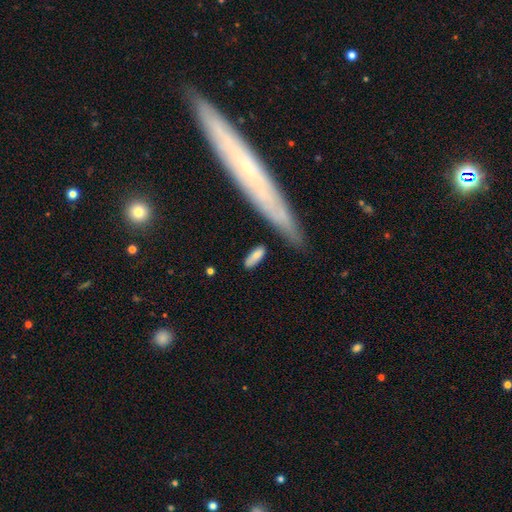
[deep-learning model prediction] Smooth or featured? smooth (79%)
How rounded? in between (63%)
Merging? none (77%)